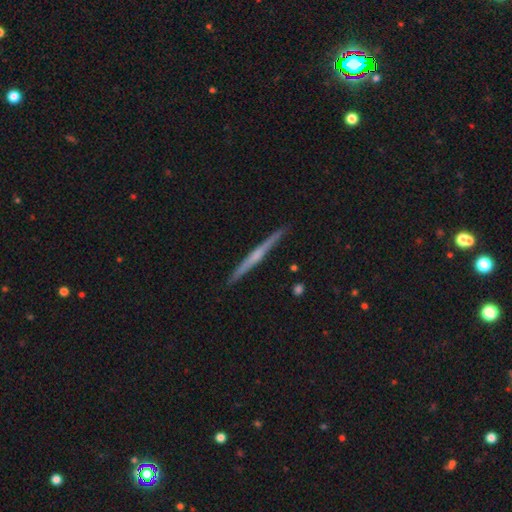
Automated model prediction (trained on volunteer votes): featured or disk 67%, smooth 27%, star or artifact 6%. Down the decision tree: edge-on disk — yes (98%); edge-on bulge — none (47%); merging — none (92%).